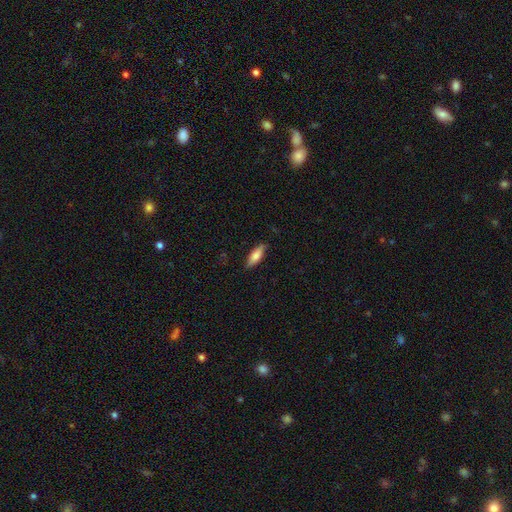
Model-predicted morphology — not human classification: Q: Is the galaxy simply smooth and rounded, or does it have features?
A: smooth — 76%.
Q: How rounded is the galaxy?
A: in between — 54%.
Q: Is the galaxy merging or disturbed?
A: none — 85%.